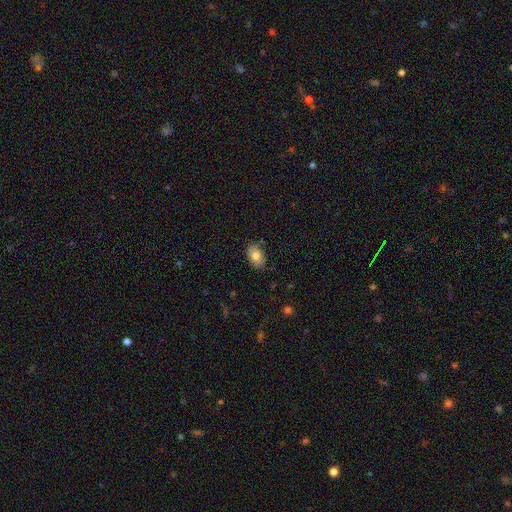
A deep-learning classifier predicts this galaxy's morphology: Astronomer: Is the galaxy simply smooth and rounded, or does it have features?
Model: smooth — 78%.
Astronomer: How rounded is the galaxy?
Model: in between — 83%.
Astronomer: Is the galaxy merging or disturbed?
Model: none — 84%.